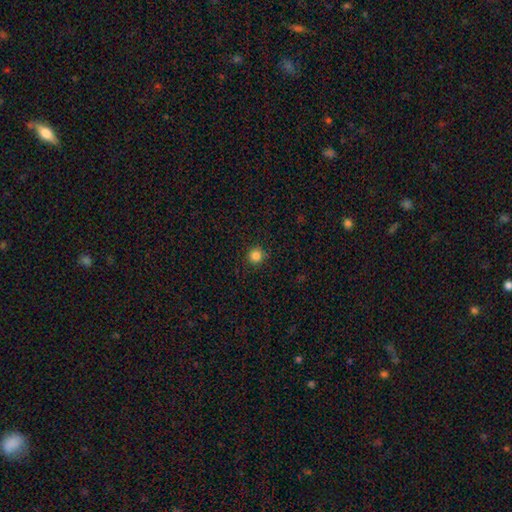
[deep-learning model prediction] Smooth or featured? smooth (84%)
How rounded? round (95%)
Merging? none (91%)